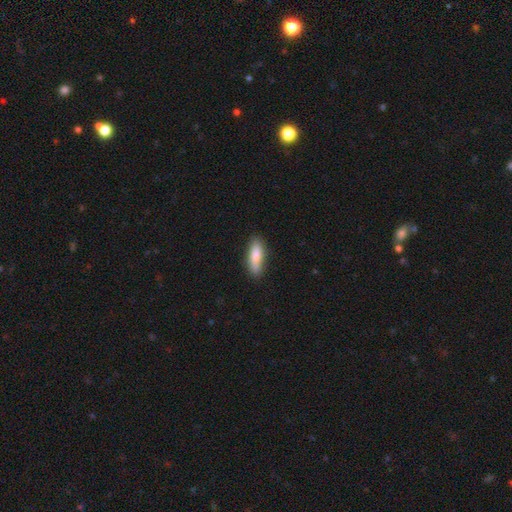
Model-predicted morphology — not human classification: This is clearly a smooth galaxy (84%). How rounded: possibly in between (52%). Merging: clearly none (82%).